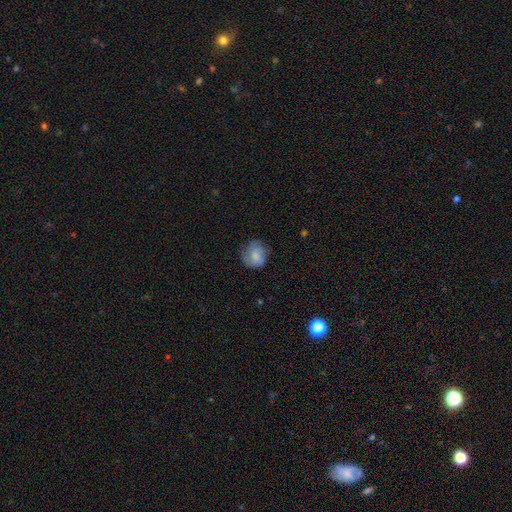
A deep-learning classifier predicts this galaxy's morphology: This is likely a smooth galaxy (74%). How rounded: likely round (79%). Merging: likely none (65%).